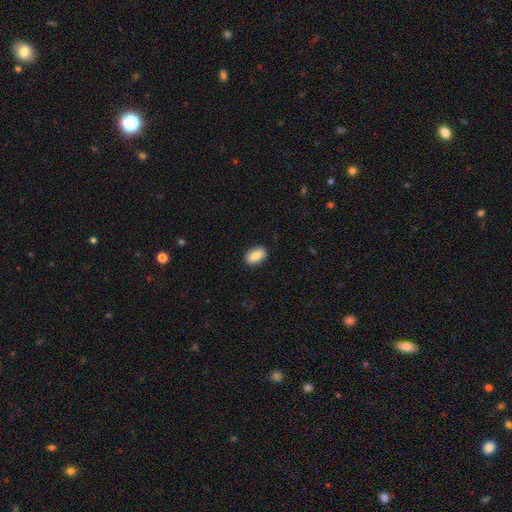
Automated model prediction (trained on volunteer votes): Morphology: type=smooth (85%); roundness=in between (91%); merging=none (90%).